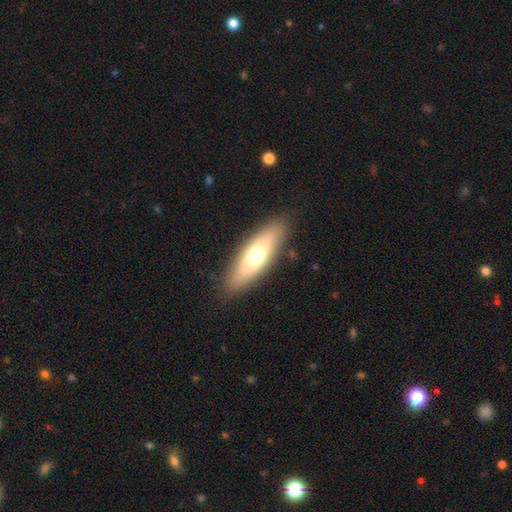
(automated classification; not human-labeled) Smooth or featured?
  - smooth: 60% *
  - featured or disk: 33%
  - star or artifact: 7%
How rounded?
  - in between: 61% *
  - cigar-shaped: 36%
  - round: 3%
Merging?
  - none: 86% *
  - minor disturbance: 10%
  - major disturbance: 3%
  - merger: 1%